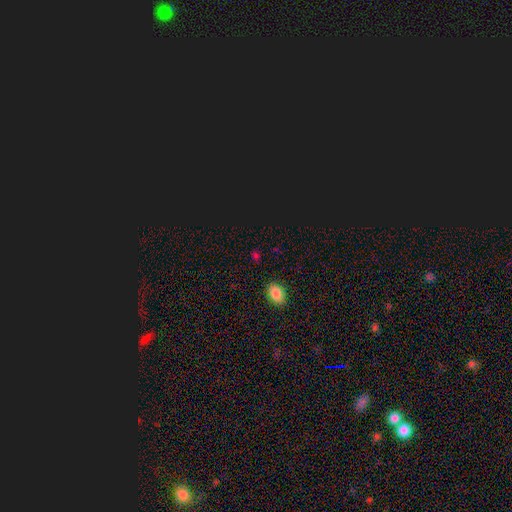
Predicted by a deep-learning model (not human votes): The model was most divided on "how rounded": in between: 51%, round: 46%, cigar-shaped: 3%. More confident: merging — none (85%); smooth or featured — smooth (57%).